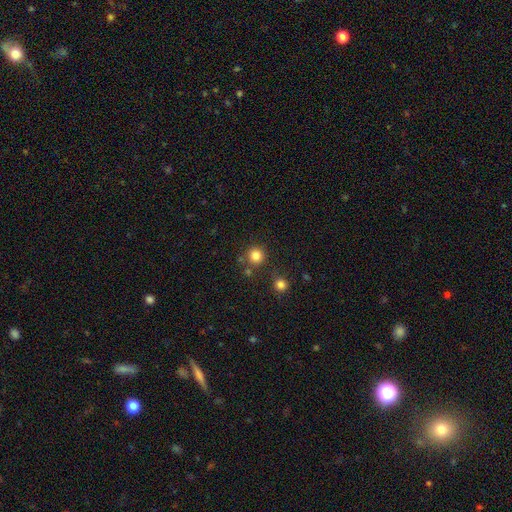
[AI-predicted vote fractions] Smooth or featured? smooth (82%)
How rounded? round (94%)
Merging? none (82%)